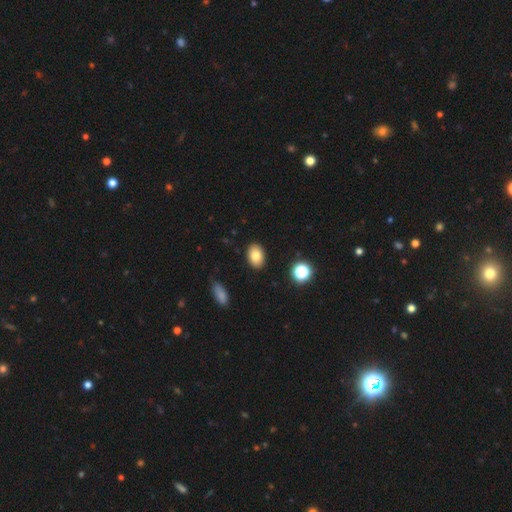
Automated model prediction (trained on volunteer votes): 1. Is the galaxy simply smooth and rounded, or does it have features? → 81% smooth, 10% featured or disk, 9% star or artifact.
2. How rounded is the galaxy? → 84% in between, 15% round, 1% cigar-shaped.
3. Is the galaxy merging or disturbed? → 88% none, 8% minor disturbance, 2% major disturbance, 2% merger.